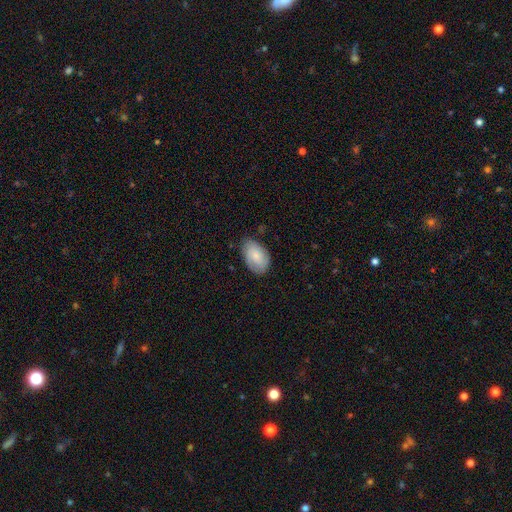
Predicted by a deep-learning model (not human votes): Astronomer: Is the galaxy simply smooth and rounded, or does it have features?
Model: smooth — 75%.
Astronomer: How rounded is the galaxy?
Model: in between — 90%.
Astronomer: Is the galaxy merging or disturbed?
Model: none — 71%.